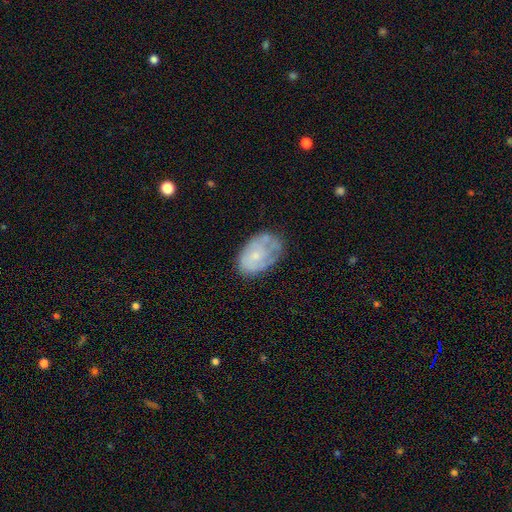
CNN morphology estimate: Q: Smooth or featured?
A: featured or disk (47%); runner-up: smooth (46%)
Q: Merging?
A: none (54%); runner-up: minor disturbance (31%)